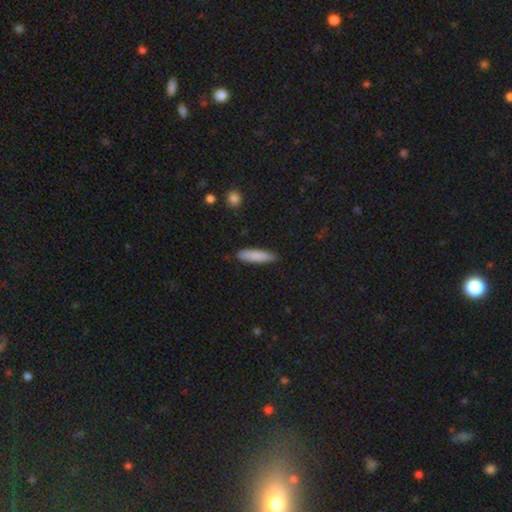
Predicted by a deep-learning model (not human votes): smooth 85%, featured or disk 9%, star or artifact 6%. Down the decision tree: how rounded — cigar-shaped (74%); merging — none (88%).